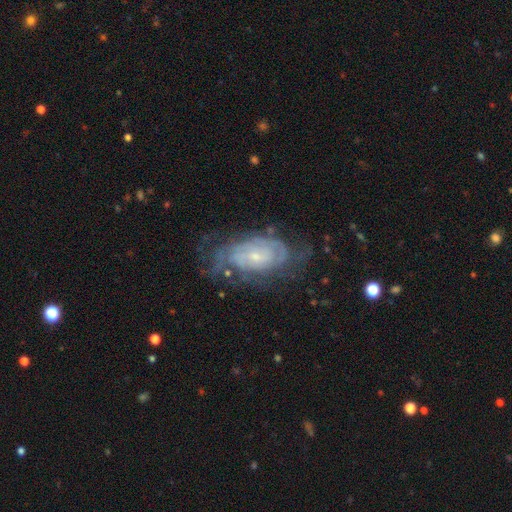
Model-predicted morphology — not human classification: smooth_or_featured: featured or disk (p=0.78) [alt: smooth p=0.15]
disk_edge_on: no (p=0.94) [alt: yes p=0.06]
bar: no (p=0.72) [alt: weak p=0.23]
has_spiral_arms: yes (p=0.87) [alt: no p=0.13]
spiral_winding: tight (p=0.66) [alt: medium p=0.25]
spiral_arm_count: can't tell (p=0.55) [alt: 2 p=0.17]
bulge_size: small (p=0.75) [alt: moderate p=0.20]
merging: none (p=0.61) [alt: minor disturbance p=0.23]